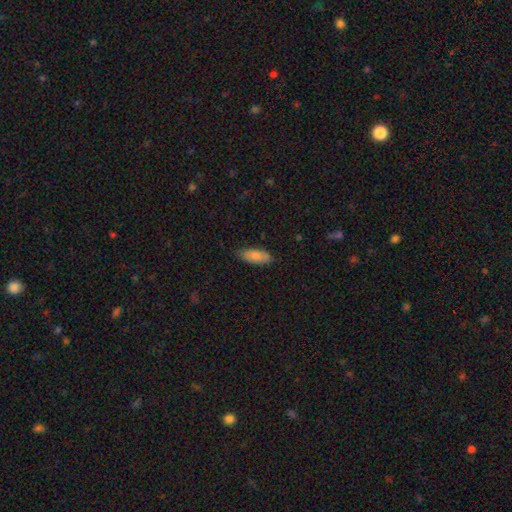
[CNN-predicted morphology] smooth 81%, featured or disk 13%, star or artifact 6%. Down the decision tree: how rounded — in between (81%); merging — none (74%).